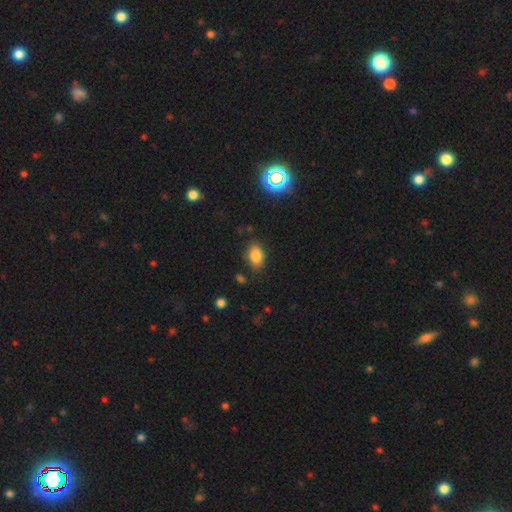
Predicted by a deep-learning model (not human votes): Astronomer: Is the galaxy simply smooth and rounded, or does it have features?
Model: smooth — 82%.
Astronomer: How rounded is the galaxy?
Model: in between — 88%.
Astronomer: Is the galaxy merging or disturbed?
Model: none — 80%.